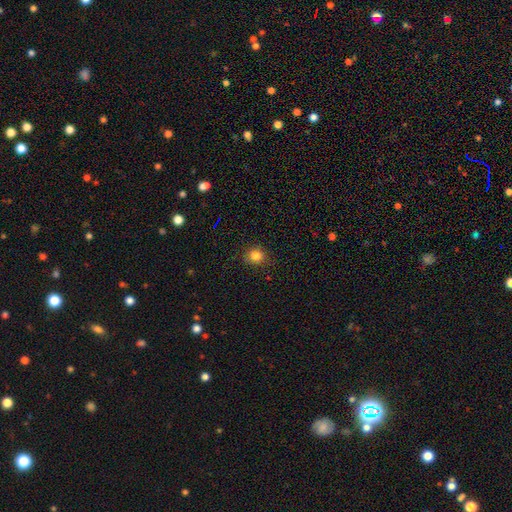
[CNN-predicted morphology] Q: Smooth or featured?
A: smooth (83%); runner-up: star or artifact (12%)
Q: How rounded?
A: round (85%); runner-up: in between (14%)
Q: Merging?
A: none (85%); runner-up: minor disturbance (11%)